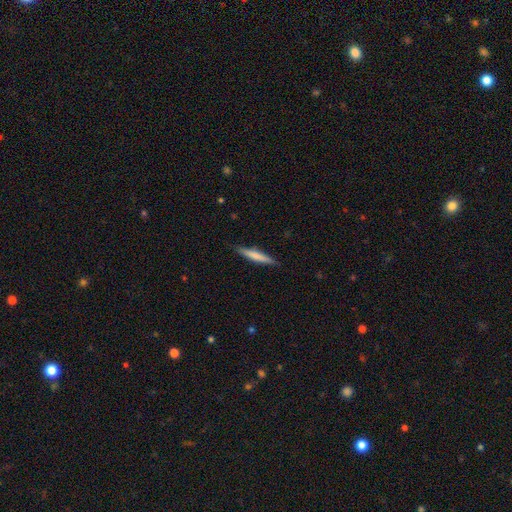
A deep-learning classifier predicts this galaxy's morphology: The model was most divided on "smooth or featured": smooth: 68%, featured or disk: 27%, star or artifact: 5%. More confident: how rounded — cigar-shaped (93%); merging — none (89%).